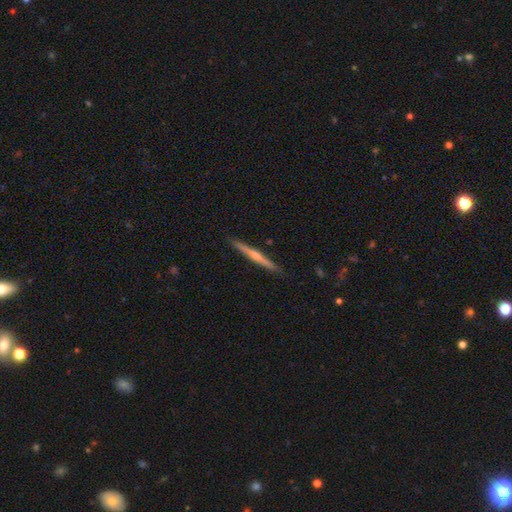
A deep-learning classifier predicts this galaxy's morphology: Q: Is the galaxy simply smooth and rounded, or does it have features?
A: featured or disk — 62%.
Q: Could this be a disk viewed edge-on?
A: yes — 98%.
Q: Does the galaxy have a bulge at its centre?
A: rounded — 64%.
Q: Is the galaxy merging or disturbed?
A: none — 90%.